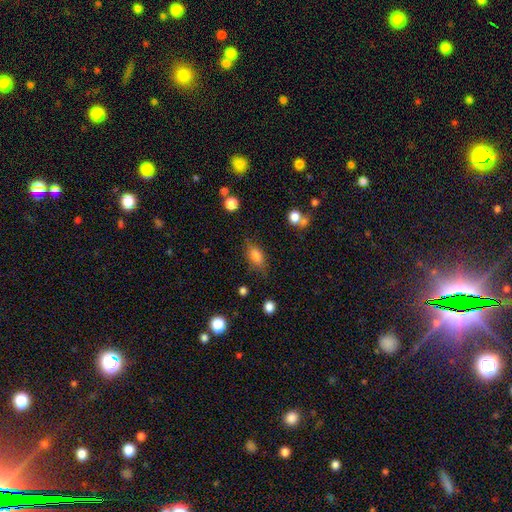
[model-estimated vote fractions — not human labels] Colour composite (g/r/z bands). It shows a smooth galaxy with no disk features (80%) that is in between round and cigar-shaped (84%). Merging: none (72%).